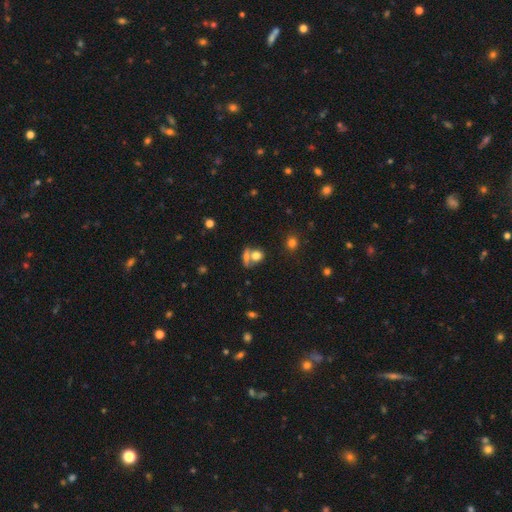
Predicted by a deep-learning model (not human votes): Smooth or featured?
  - smooth: 70% *
  - featured or disk: 17%
  - star or artifact: 13%
How rounded?
  - round: 57% *
  - in between: 38%
  - cigar-shaped: 4%
Merging?
  - merger: 47% *
  - none: 38%
  - minor disturbance: 9%
  - major disturbance: 7%